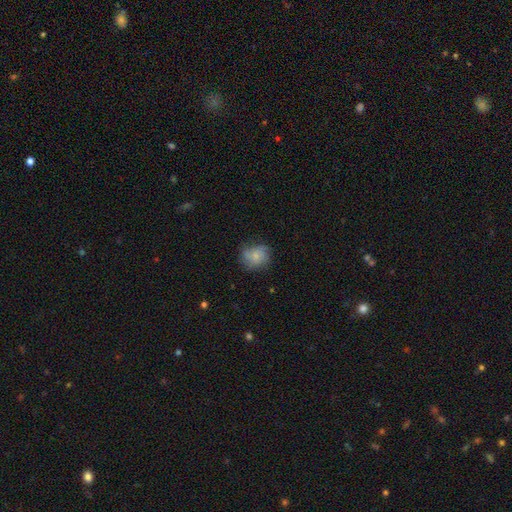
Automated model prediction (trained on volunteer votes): Smooth or featured? Predicted: smooth (p=0.65). How rounded? Predicted: round (p=0.68). Merging? Predicted: none (p=0.63).